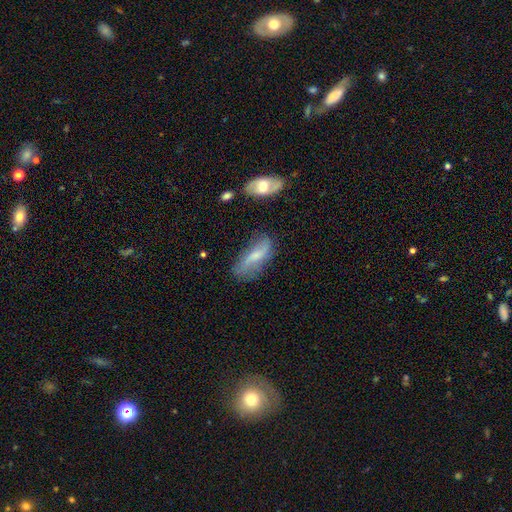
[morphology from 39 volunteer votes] smooth_or_featured: featured or disk (p=0.64) [alt: smooth p=0.28]
disk_edge_on: no (p=0.88) [alt: yes p=0.12]
bar: no (p=0.50) [alt: weak p=0.45]
has_spiral_arms: yes (p=0.91) [alt: no p=0.09]
spiral_winding: loose (p=0.85) [alt: medium p=0.10]
spiral_arm_count: 2 (p=0.90) [alt: 1 p=0.05]
bulge_size: small (p=0.50) [alt: moderate p=0.32]
merging: none (p=0.56) [alt: minor disturbance p=0.33]